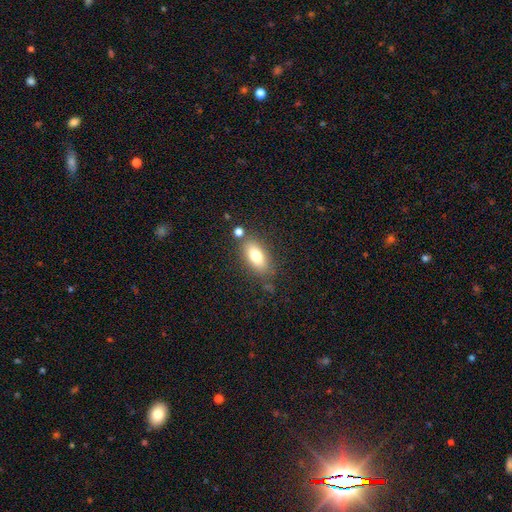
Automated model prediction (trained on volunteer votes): Q: Smooth or featured?
A: smooth (76%); runner-up: featured or disk (16%)
Q: How rounded?
A: in between (85%); runner-up: cigar-shaped (10%)
Q: Merging?
A: none (75%); runner-up: minor disturbance (14%)